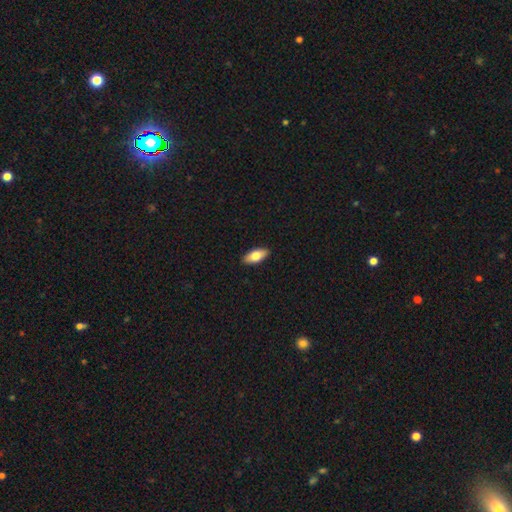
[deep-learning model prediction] Q: Smooth or featured?
A: smooth (76%); runner-up: featured or disk (18%)
Q: How rounded?
A: in between (86%); runner-up: cigar-shaped (11%)
Q: Merging?
A: none (91%); runner-up: minor disturbance (7%)